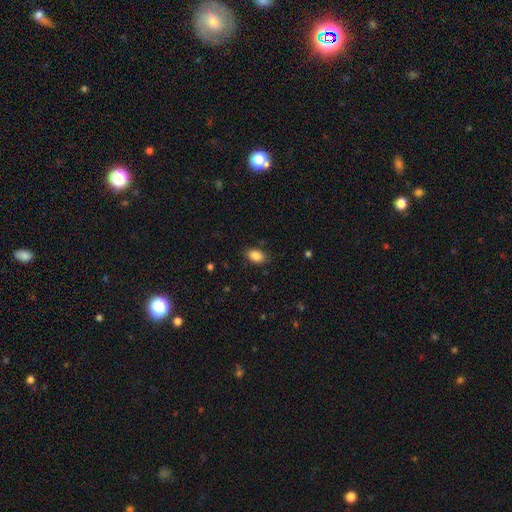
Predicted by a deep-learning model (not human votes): Q: Smooth or featured?
A: smooth (88%); runner-up: star or artifact (8%)
Q: How rounded?
A: in between (90%); runner-up: round (8%)
Q: Merging?
A: none (84%); runner-up: minor disturbance (12%)